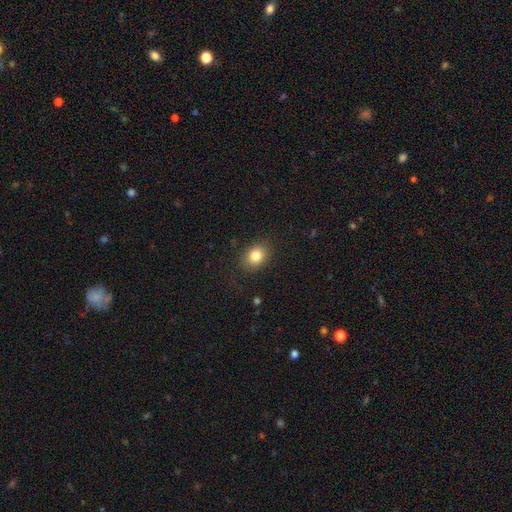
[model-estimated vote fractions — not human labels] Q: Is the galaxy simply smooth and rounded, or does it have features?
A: smooth — 83%.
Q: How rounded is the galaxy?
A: in between — 58%.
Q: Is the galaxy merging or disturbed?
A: none — 83%.